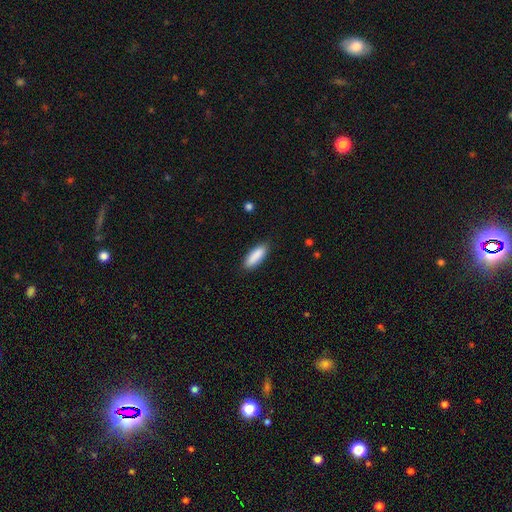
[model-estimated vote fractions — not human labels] The model was most divided on "how rounded": in between: 60%, cigar-shaped: 38%, round: 2%. More confident: smooth or featured — smooth (90%); merging — none (87%).